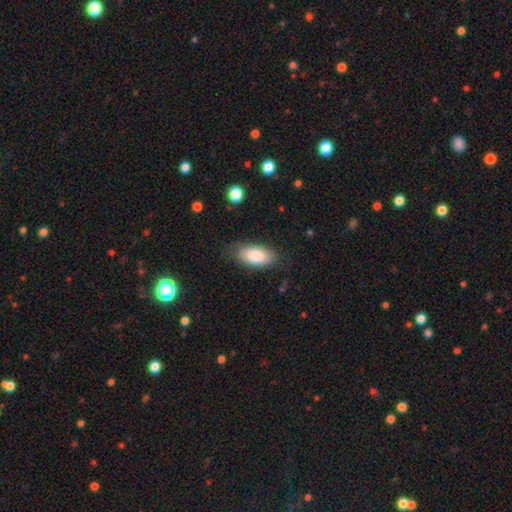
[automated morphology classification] Smooth or featured: smooth — 85% (featured or disk — 9%)
How rounded: in between — 92% (cigar-shaped — 6%)
Merging: none — 76% (minor disturbance — 18%)